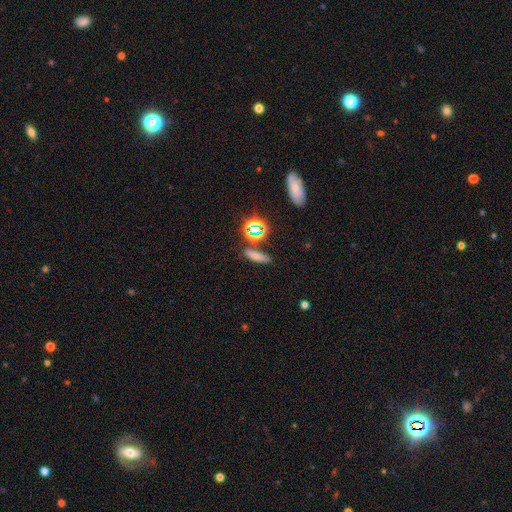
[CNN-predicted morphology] A smooth galaxy with no disk features (66%) that is cigar-shaped (63%).

Vote fractions:
- Smooth or featured? smooth: 66% / star or artifact: 21% / featured or disk: 13%
- How rounded? cigar-shaped: 63% / in between: 28% / round: 9%
- Merging? none: 76% / minor disturbance: 11% / merger: 9% / major disturbance: 4%